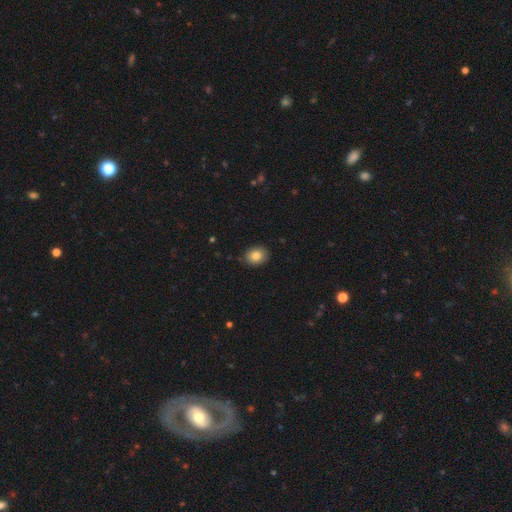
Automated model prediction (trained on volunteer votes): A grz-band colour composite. It shows a smooth galaxy with no disk features (85%) that is round (54%). Merging: none (87%).